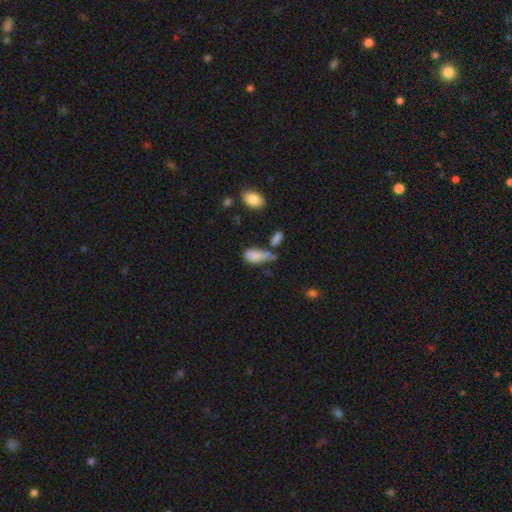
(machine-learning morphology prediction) Smooth or featured? Predicted: smooth (p=0.80). How rounded? Predicted: in between (p=0.87). Merging? Predicted: none (p=0.28).